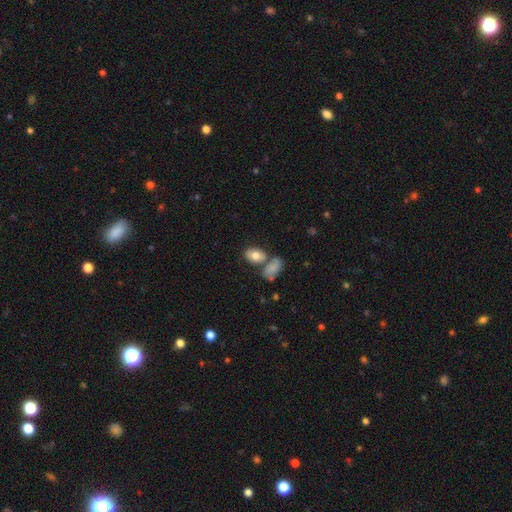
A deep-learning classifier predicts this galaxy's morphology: Smooth or featured? Predicted: smooth (p=0.79). How rounded? Predicted: in between (p=0.86). Merging? Predicted: none (p=0.53).